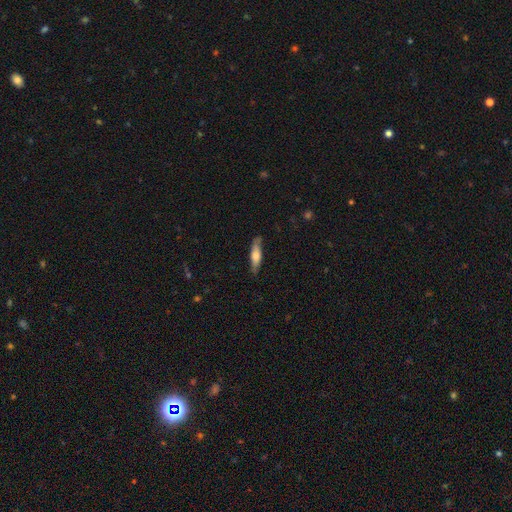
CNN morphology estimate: A smooth galaxy with no disk features (58%) that is cigar-shaped (70%).

Vote fractions:
- Smooth or featured? smooth: 58% / featured or disk: 36% / star or artifact: 6%
- How rounded? cigar-shaped: 70% / in between: 28% / round: 2%
- Merging? none: 79% / minor disturbance: 17% / major disturbance: 3% / merger: 1%